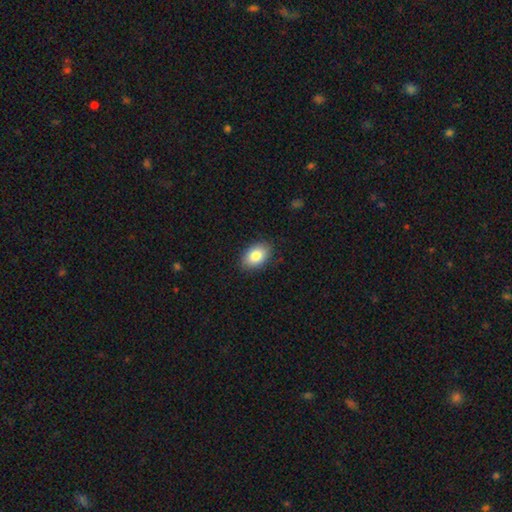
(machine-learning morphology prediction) Smooth or featured?
  - smooth: 84% *
  - featured or disk: 9%
  - star or artifact: 7%
How rounded?
  - in between: 87% *
  - round: 12%
  - cigar-shaped: 1%
Merging?
  - none: 87% *
  - minor disturbance: 10%
  - major disturbance: 2%
  - merger: 1%